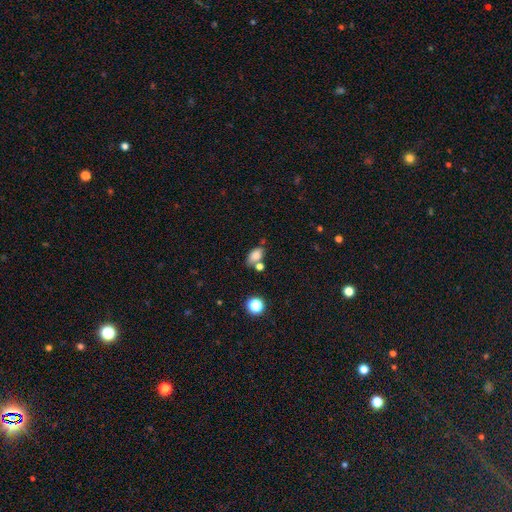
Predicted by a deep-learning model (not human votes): This appears to be a smooth galaxy with no disk features (79%) that is in between round and cigar-shaped (85%). Merging: none (58%).